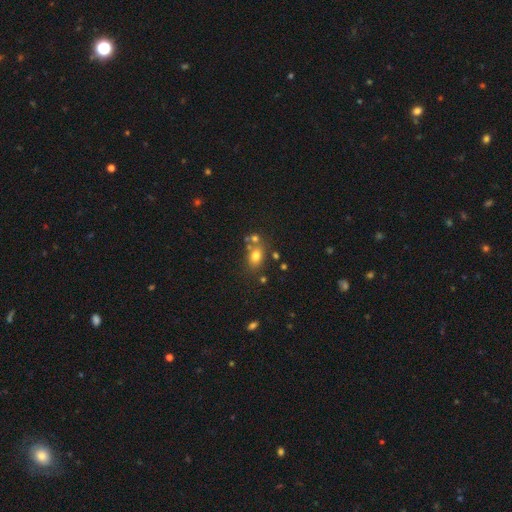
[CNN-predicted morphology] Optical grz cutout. It shows a smooth galaxy with no disk features (75%) that is in between round and cigar-shaped (71%). Merging: none (60%).